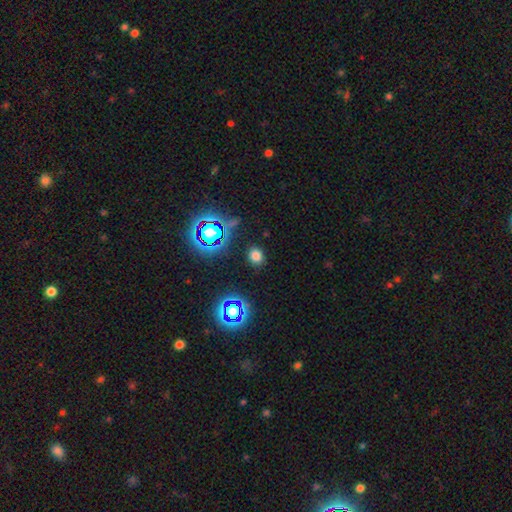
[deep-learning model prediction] Smooth or featured? Predicted: smooth (p=0.70). How rounded? Predicted: round (p=0.64). Merging? Predicted: none (p=0.88).